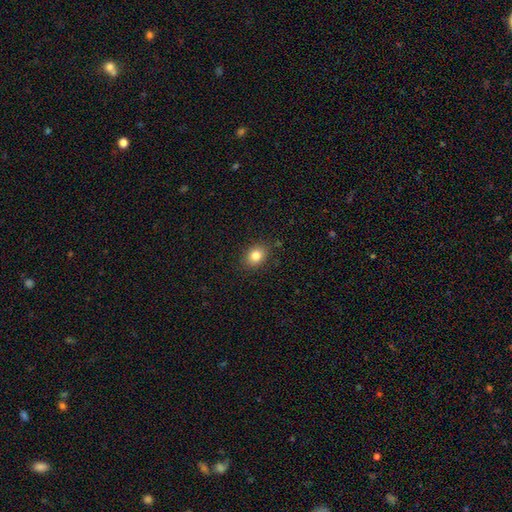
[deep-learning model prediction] Smooth or featured: smooth — 83% (star or artifact — 10%)
How rounded: in between — 58% (round — 41%)
Merging: none — 86% (minor disturbance — 10%)